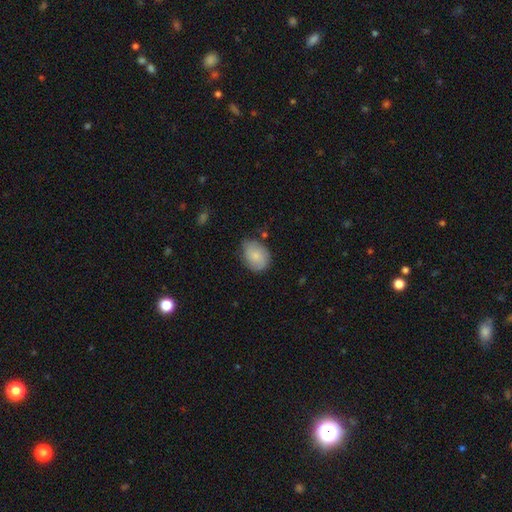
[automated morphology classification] smooth-or-featured: smooth: 77% | featured or disk: 16% | star or artifact: 7%
  how-rounded: in between: 62% | round: 37% | cigar-shaped: 1%
  merging: none: 64% | minor disturbance: 28% | major disturbance: 5% | merger: 2%